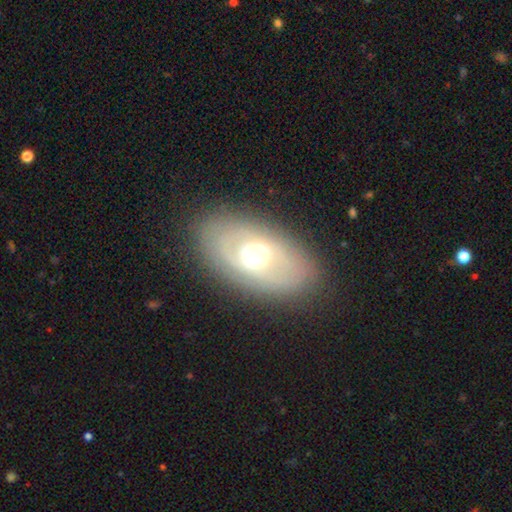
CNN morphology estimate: Smooth or featured? Predicted: featured or disk (p=0.64). Edge-on disk? Predicted: no (p=0.90). Bar? Predicted: weak (p=0.42). Spiral arms? Predicted: yes (p=0.52). Bulge size? Predicted: moderate (p=0.68). Merging? Predicted: none (p=0.82).